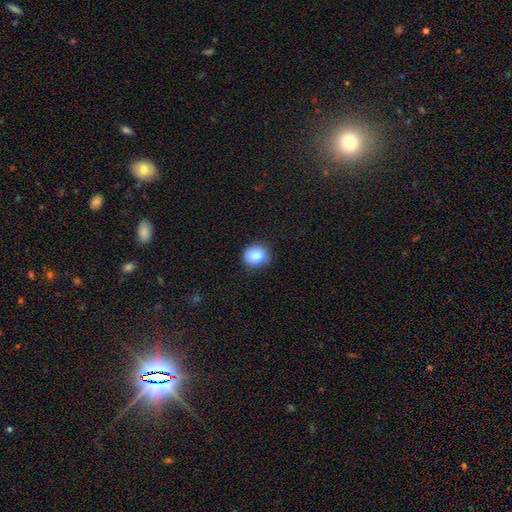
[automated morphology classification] smooth 86%, star or artifact 9%, featured or disk 5%. Down the decision tree: how rounded — round (79%); merging — none (86%).